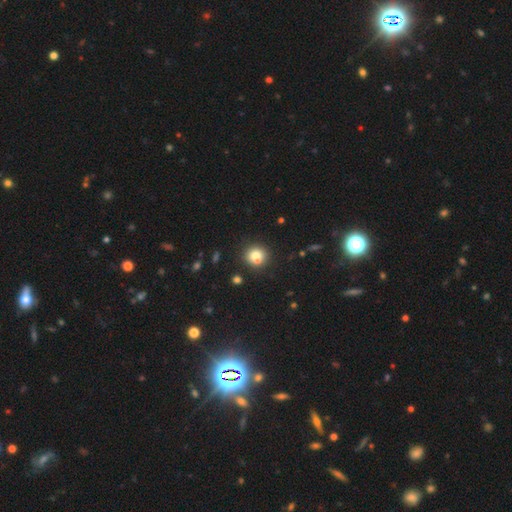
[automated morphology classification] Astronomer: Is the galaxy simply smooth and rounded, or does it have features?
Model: smooth — 76%.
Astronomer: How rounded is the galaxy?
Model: round — 86%.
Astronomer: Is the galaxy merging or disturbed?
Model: none — 67%.